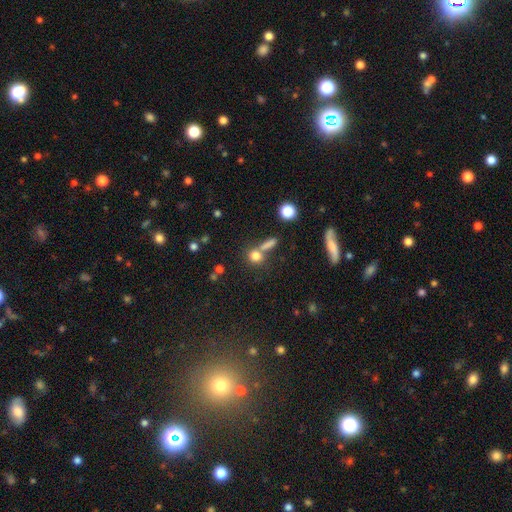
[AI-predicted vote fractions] smooth_or_featured: smooth (p=0.77) [alt: star or artifact p=0.14]
how_rounded: round (p=0.79) [alt: in between p=0.17]
merging: none (p=0.59) [alt: merger p=0.27]